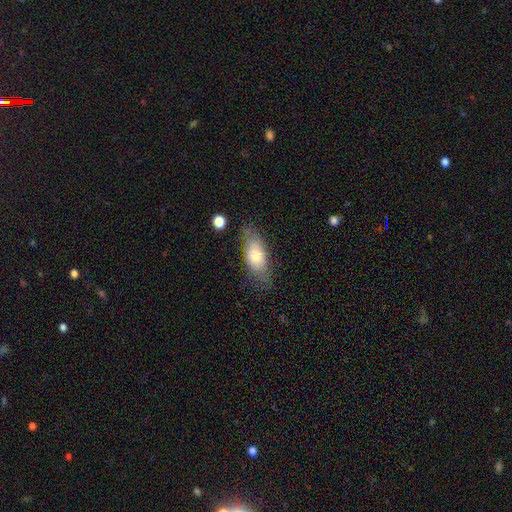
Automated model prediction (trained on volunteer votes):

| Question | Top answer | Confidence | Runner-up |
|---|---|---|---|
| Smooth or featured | smooth | 69% | featured or disk (24%) |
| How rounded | in between | 83% | cigar-shaped (12%) |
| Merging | none | 68% | minor disturbance (22%) |